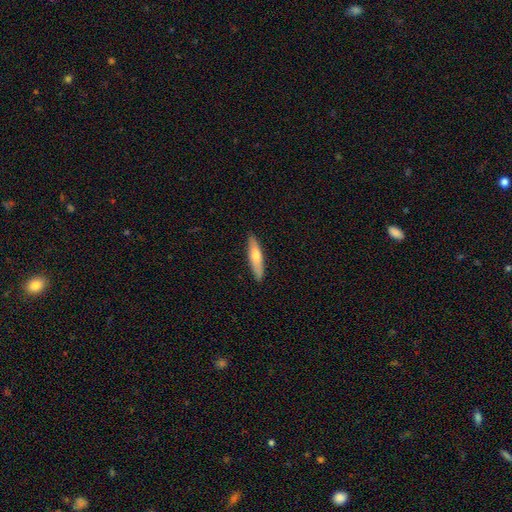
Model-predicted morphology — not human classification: Overall: smooth (63%; featured or disk 32%). How rounded: cigar-shaped (76%). Merging: none (89%).